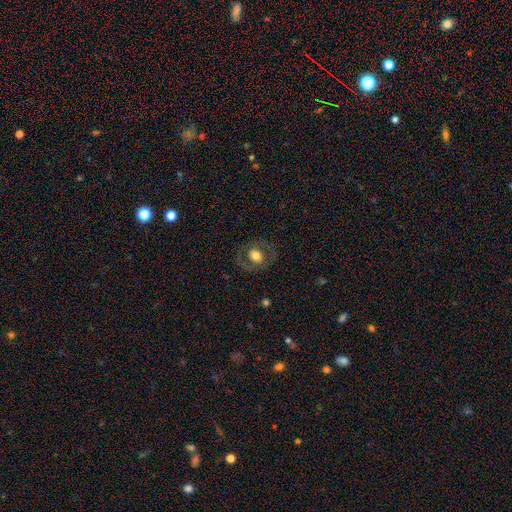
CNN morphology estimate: A smooth galaxy with no disk features (52%) that is round (64%). Merging: none (78%).